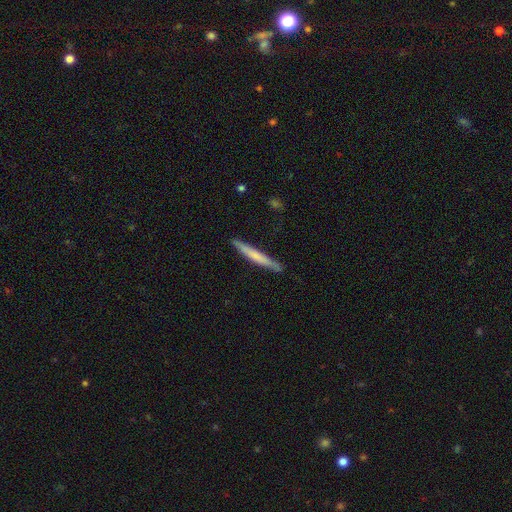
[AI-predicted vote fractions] A smooth galaxy with no disk features (60%) that is cigar-shaped (96%).

Vote fractions:
- Smooth or featured? smooth: 60% / featured or disk: 35% / star or artifact: 5%
- How rounded? cigar-shaped: 96% / in between: 3% / round: 1%
- Merging? none: 86% / minor disturbance: 11% / major disturbance: 2% / merger: 2%